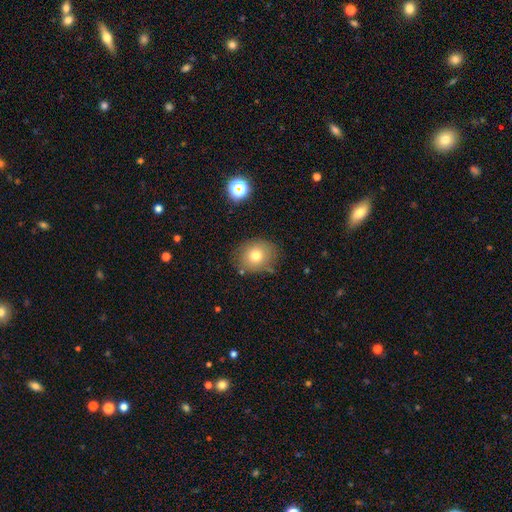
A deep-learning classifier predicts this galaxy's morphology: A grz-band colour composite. It shows a smooth galaxy with no disk features (75%) that is round (67%). Merging: none (76%).